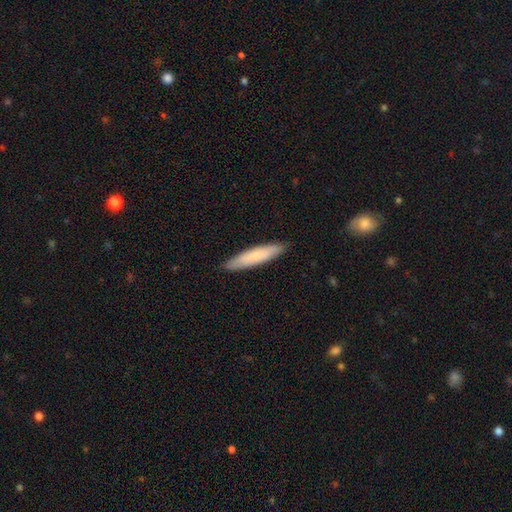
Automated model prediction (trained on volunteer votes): smooth 73%, featured or disk 22%, star or artifact 6%. Down the decision tree: how rounded — cigar-shaped (83%); merging — none (88%).